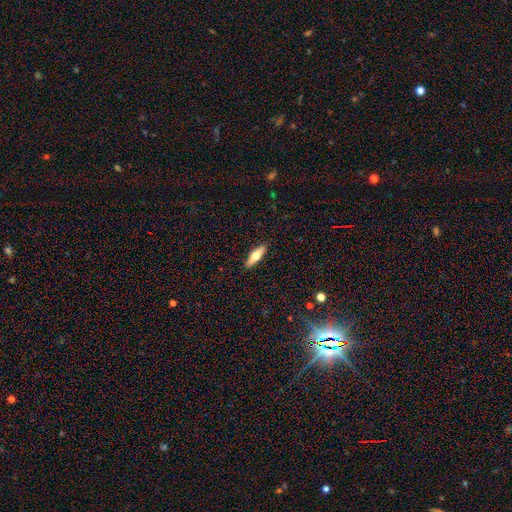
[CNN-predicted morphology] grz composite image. It shows a smooth galaxy with no disk features (61%) that is cigar-shaped (56%). Merging: none (91%).